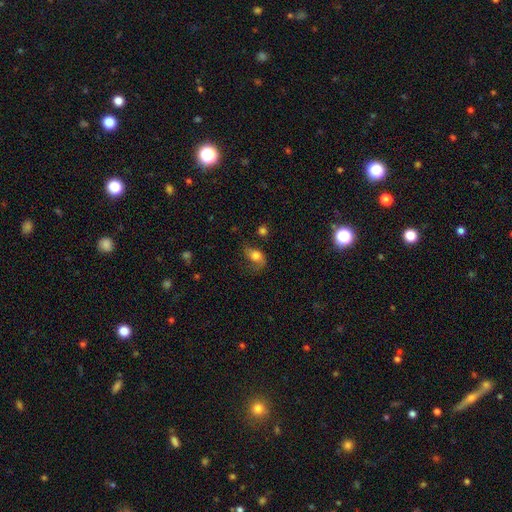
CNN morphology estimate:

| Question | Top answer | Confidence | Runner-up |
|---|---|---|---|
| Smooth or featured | smooth | 63% | featured or disk (27%) |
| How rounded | in between | 71% | round (27%) |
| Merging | none | 41% | minor disturbance (29%) |